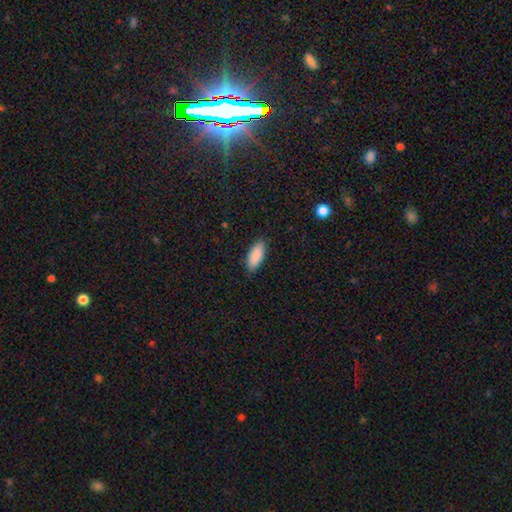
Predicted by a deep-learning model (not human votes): Overall: smooth (89%). How rounded: in between (81%). Merging: none (87%).